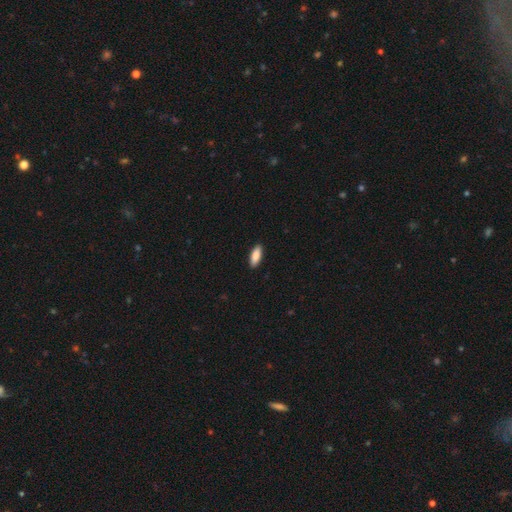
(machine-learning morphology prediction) smooth_or_featured: smooth (p=0.87) [alt: featured or disk p=0.08]
how_rounded: in between (p=0.74) [alt: cigar-shaped p=0.24]
merging: none (p=0.91) [alt: minor disturbance p=0.07]